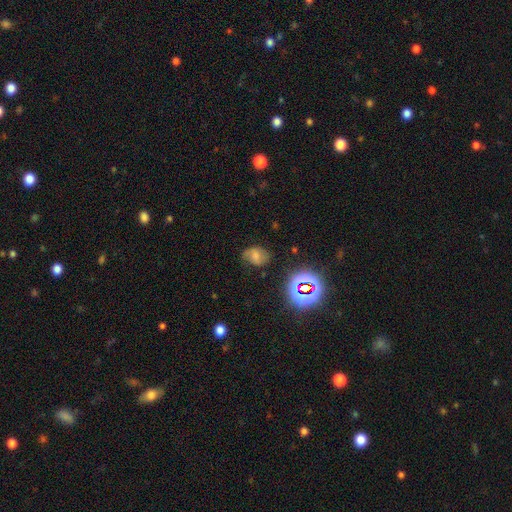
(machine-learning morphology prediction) Smooth or featured? featured or disk (41%)
Merging? none (73%)